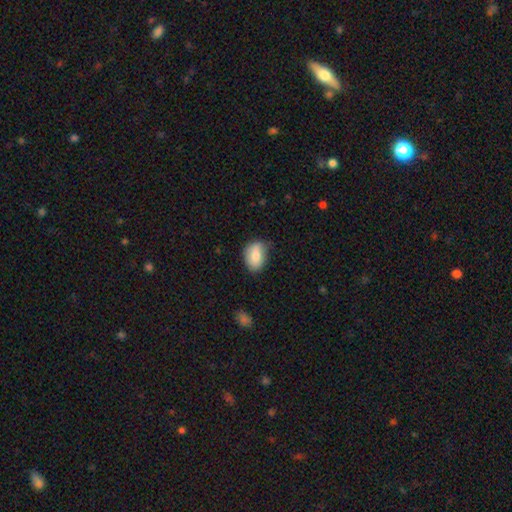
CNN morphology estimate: Smooth or featured?
  - smooth: 78% *
  - featured or disk: 15%
  - star or artifact: 7%
How rounded?
  - in between: 78% *
  - round: 20%
  - cigar-shaped: 2%
Merging?
  - none: 69% *
  - minor disturbance: 25%
  - major disturbance: 5%
  - merger: 2%